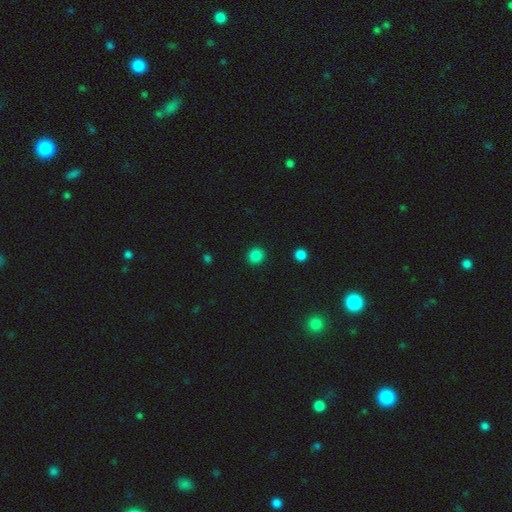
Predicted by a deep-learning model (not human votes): Smooth or featured: smooth — 85% (star or artifact — 12%)
How rounded: round — 90% (in between — 9%)
Merging: none — 92% (minor disturbance — 5%)